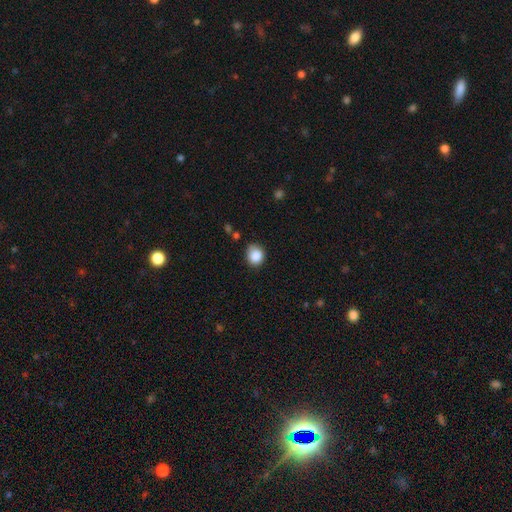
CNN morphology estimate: The model was most divided on "merging": none: 72%, minor disturbance: 21%, major disturbance: 4%, merger: 3%. More confident: smooth or featured — smooth (86%); how rounded — round (76%).